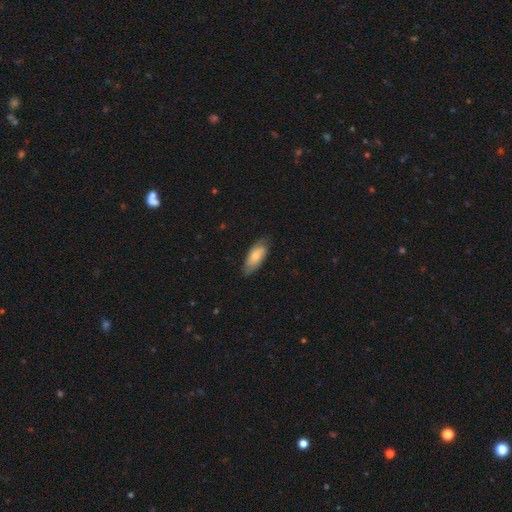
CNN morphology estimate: The model was most divided on "smooth or featured": smooth: 72%, featured or disk: 22%, star or artifact: 6%. More confident: how rounded — in between (79%); merging — none (74%).